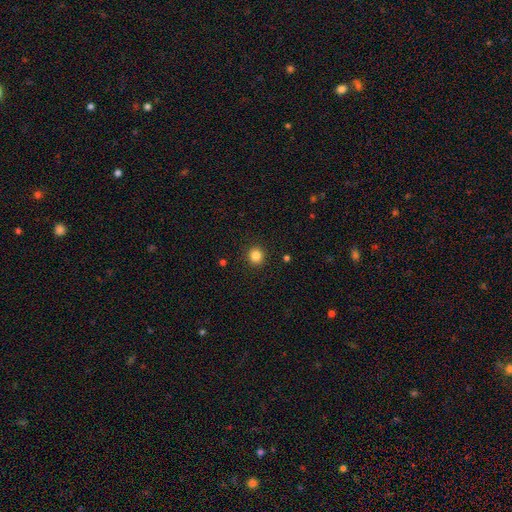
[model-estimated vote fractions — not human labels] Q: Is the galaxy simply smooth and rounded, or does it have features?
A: smooth — 84%.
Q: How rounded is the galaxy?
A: round — 94%.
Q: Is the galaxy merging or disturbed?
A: none — 92%.